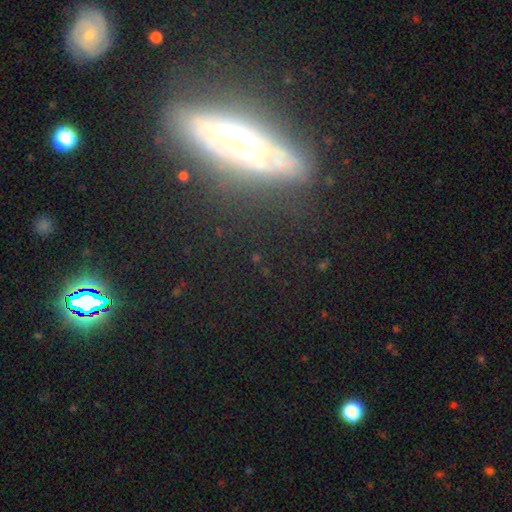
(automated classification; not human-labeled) Smooth or featured? Predicted: featured or disk (p=0.63). Edge-on disk? Predicted: no (p=0.56). Merging? Predicted: none (p=0.78).